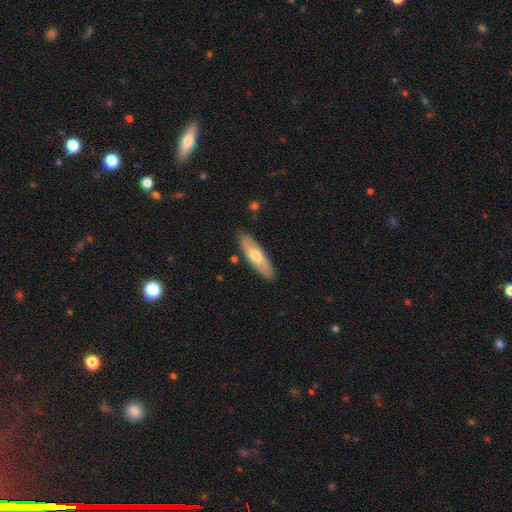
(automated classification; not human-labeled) Smooth or featured? Predicted: smooth (p=0.65). How rounded? Predicted: cigar-shaped (p=0.49, tied with in between). Merging? Predicted: none (p=0.86).